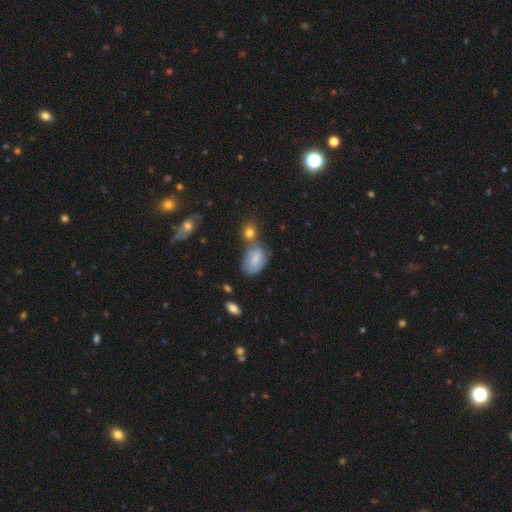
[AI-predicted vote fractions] This is possibly a smooth galaxy (50%). How rounded: likely in between (65%). Merging: possibly none (58%).